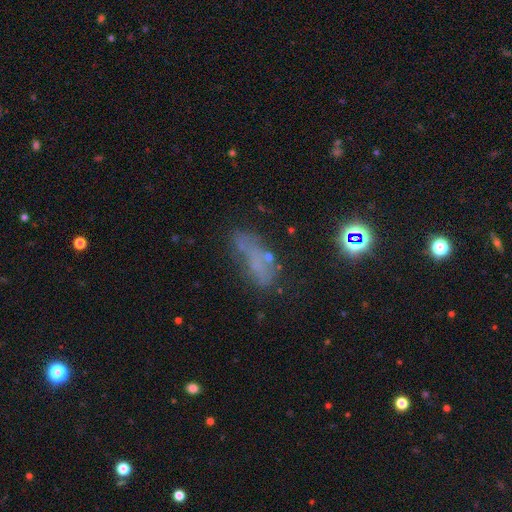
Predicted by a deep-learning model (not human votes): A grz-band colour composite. It shows a smooth galaxy with no disk features (37%). Merging: none (46%).